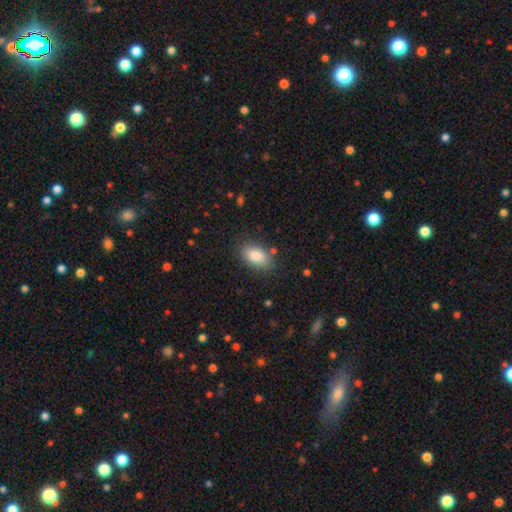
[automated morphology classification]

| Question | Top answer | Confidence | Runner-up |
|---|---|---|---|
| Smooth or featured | smooth | 85% | star or artifact (7%) |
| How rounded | in between | 90% | round (7%) |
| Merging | none | 81% | minor disturbance (13%) |